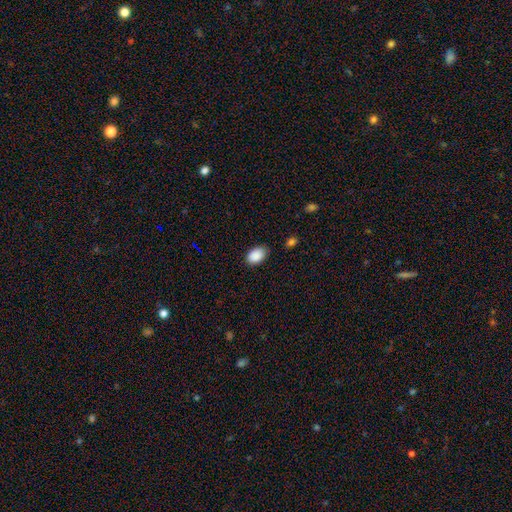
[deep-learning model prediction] smooth_or_featured: smooth (p=0.90) [alt: star or artifact p=0.07]
how_rounded: in between (p=0.89) [alt: round p=0.10]
merging: none (p=0.80) [alt: minor disturbance p=0.16]